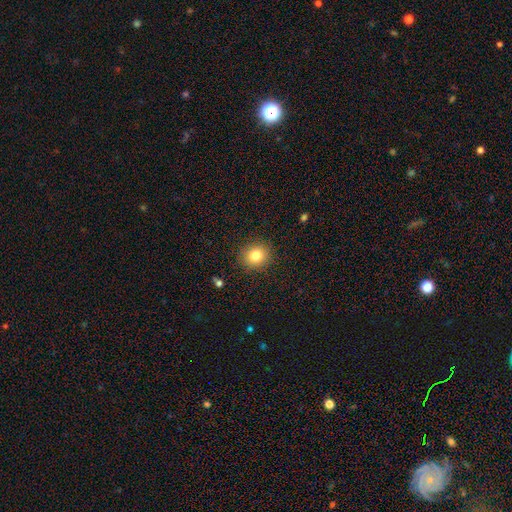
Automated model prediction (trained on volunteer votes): smooth_or_featured: smooth (p=0.82) [alt: star or artifact p=0.11]
how_rounded: round (p=0.80) [alt: in between p=0.19]
merging: none (p=0.90) [alt: minor disturbance p=0.07]